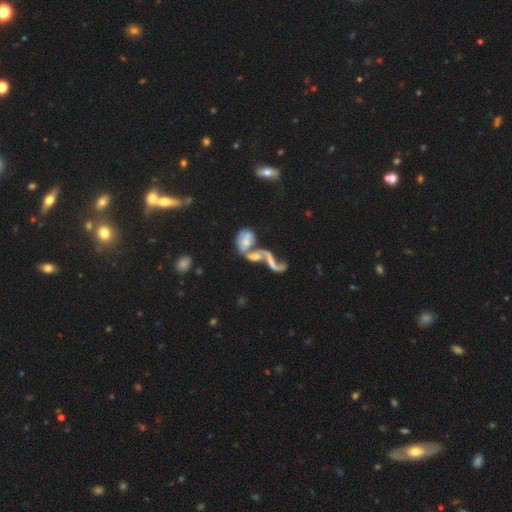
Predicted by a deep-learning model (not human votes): Smooth or featured: featured or disk — 64% (smooth — 21%)
Edge-on disk: no — 87% (yes — 13%)
Bar: no — 59% (weak — 28%)
Spiral arms: yes — 69% (no — 31%)
Bulge size: small — 38% (moderate — 28%)
Merging: merger — 56% (none — 22%)